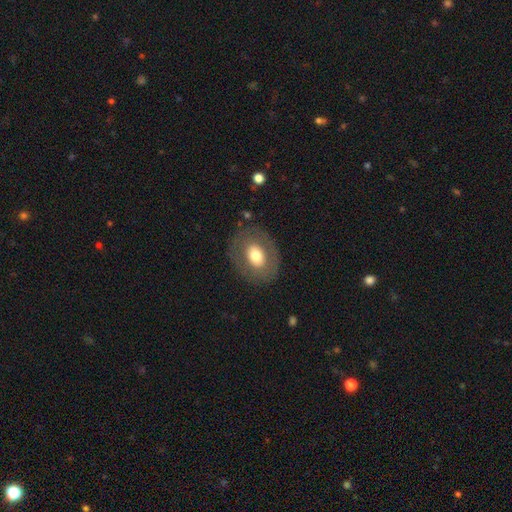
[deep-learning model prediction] smooth_or_featured: smooth (p=0.59) [alt: featured or disk p=0.34]
how_rounded: in between (p=0.58) [alt: round p=0.41]
merging: none (p=0.80) [alt: minor disturbance p=0.12]